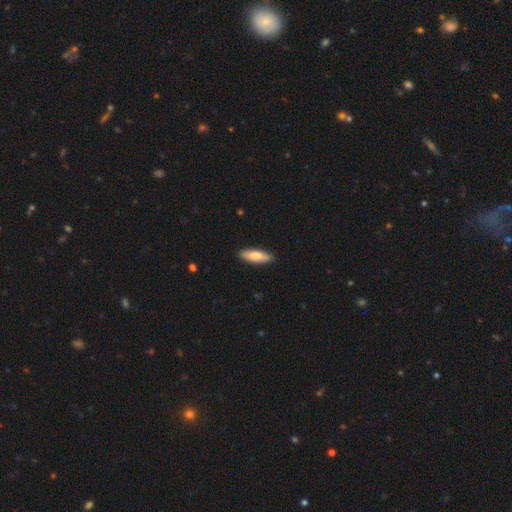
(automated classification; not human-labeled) This is likely a smooth galaxy (78%). How rounded: possibly cigar-shaped (51%). Merging: clearly none (90%).